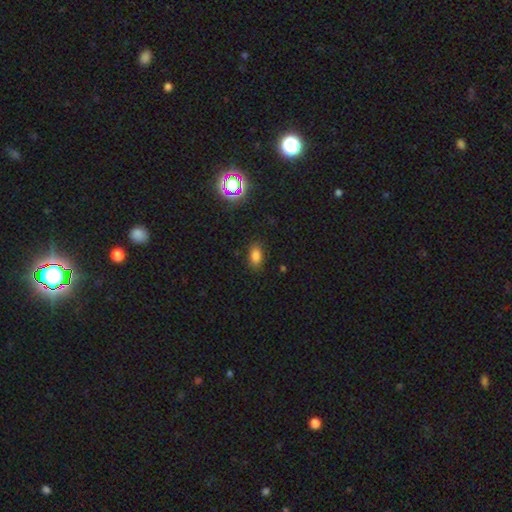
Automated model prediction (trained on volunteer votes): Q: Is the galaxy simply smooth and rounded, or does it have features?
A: smooth — 78%.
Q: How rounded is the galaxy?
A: in between — 86%.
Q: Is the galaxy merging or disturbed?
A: none — 84%.